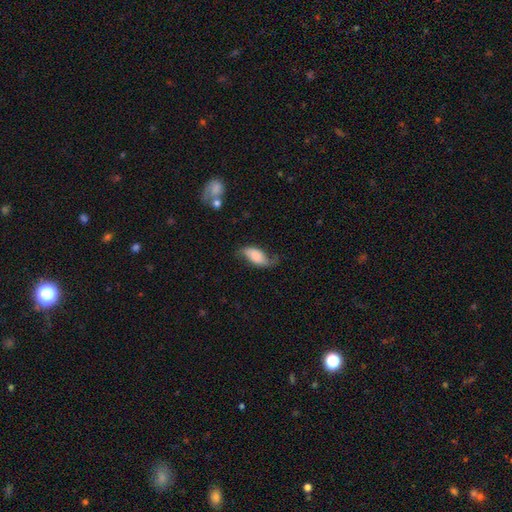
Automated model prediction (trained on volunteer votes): Q: Smooth or featured?
A: smooth (53%); runner-up: featured or disk (39%)
Q: How rounded?
A: in between (88%); runner-up: cigar-shaped (9%)
Q: Merging?
A: none (53%); runner-up: minor disturbance (31%)